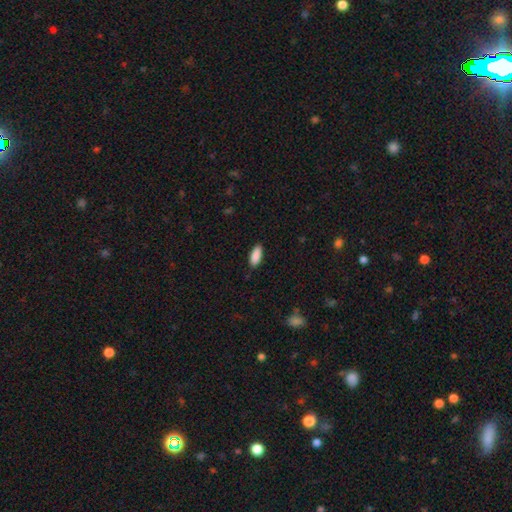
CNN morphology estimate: Smooth or featured? Predicted: smooth (p=0.90). How rounded? Predicted: in between (p=0.80). Merging? Predicted: none (p=0.87).